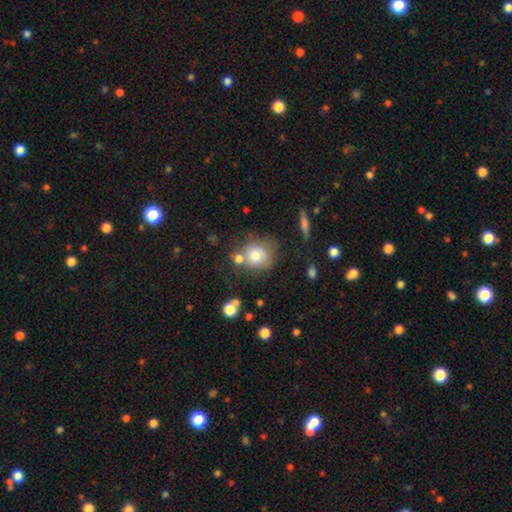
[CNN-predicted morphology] smooth-or-featured: smooth: 76% | featured or disk: 14% | star or artifact: 10%
  how-rounded: round: 81% | in between: 18% | cigar-shaped: 1%
  merging: none: 54% | merger: 22% | minor disturbance: 16% | major disturbance: 8%